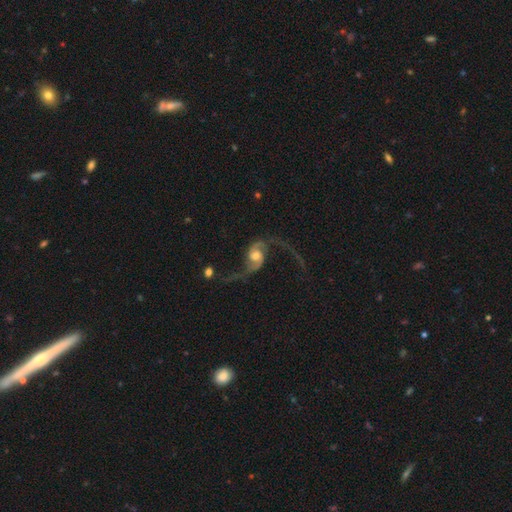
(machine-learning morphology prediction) A featured or disk galaxy (87%) with no bar (58%), 2 (93%) loose (85%) spiral arms (96%) and a moderate central bulge (61%). Merging: none (49%).